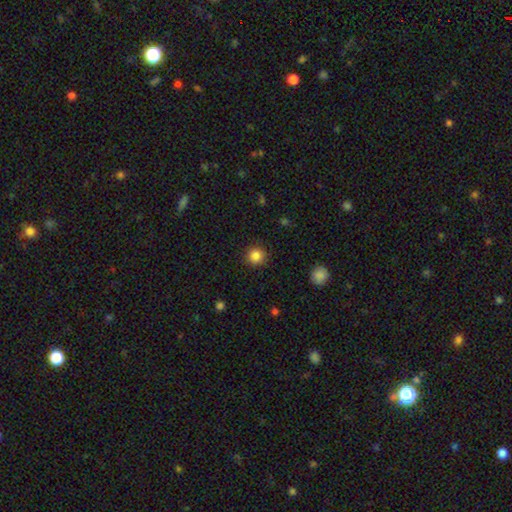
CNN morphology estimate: Overall: smooth (85%). How rounded: round (93%). Merging: none (90%).